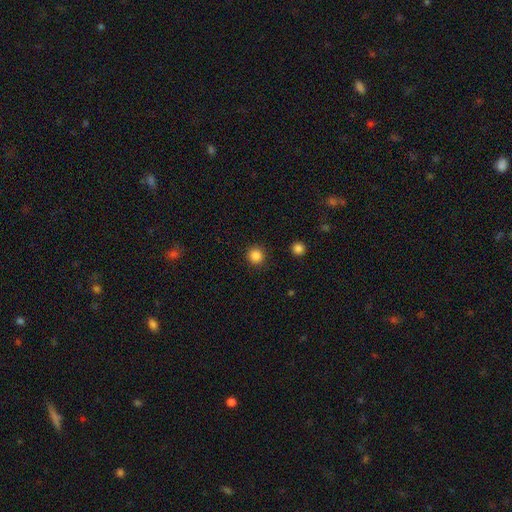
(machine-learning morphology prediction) type=smooth (85%); roundness=round (94%); merging=none (91%).